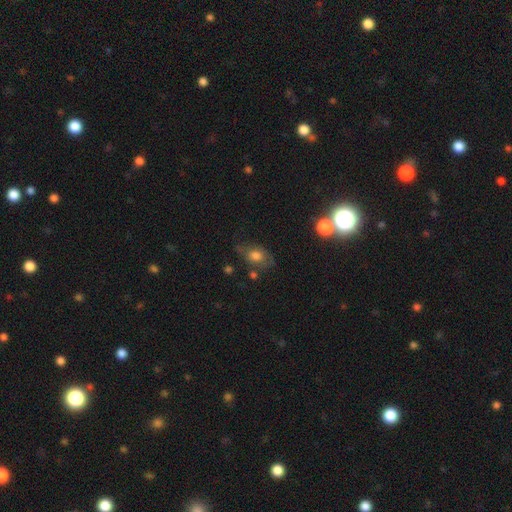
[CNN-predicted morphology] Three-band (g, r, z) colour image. It shows a smooth galaxy with no disk features (59%) that is in between round and cigar-shaped (76%). Merging: none (53%).